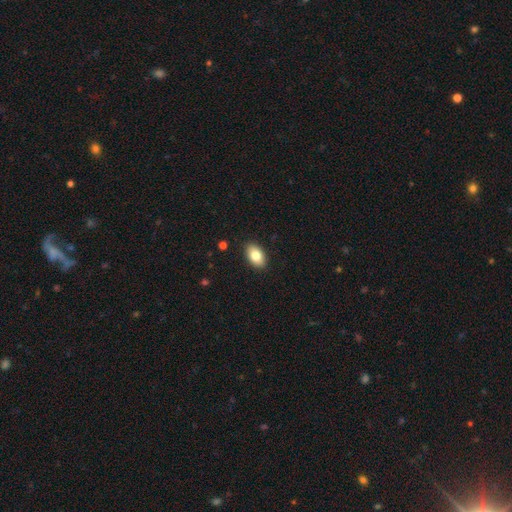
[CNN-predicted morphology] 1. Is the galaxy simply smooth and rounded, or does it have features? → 82% smooth, 10% featured or disk, 7% star or artifact.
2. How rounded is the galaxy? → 92% in between, 7% round, 1% cigar-shaped.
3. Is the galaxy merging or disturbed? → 89% none, 8% minor disturbance, 2% major disturbance, 1% merger.